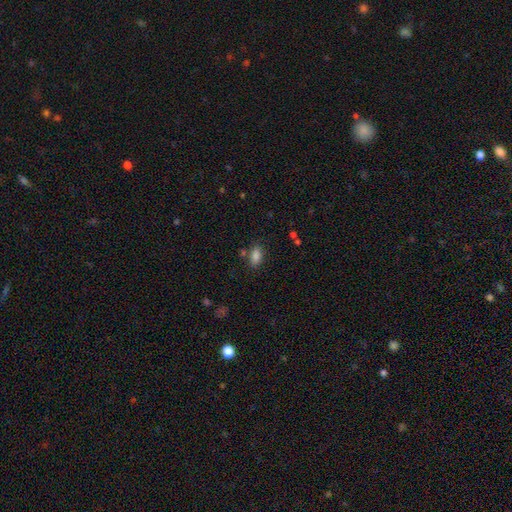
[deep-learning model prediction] Morphology: type=smooth (85%); roundness=in between (90%); merging=none (75%).